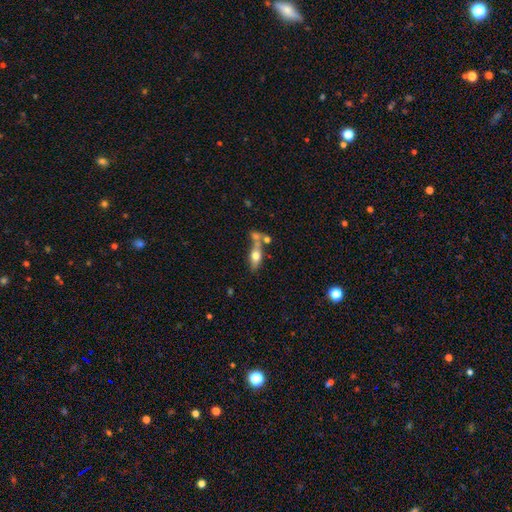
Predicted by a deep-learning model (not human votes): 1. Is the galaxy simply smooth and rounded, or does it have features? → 60% smooth, 32% featured or disk, 8% star or artifact.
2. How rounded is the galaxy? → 71% in between, 23% cigar-shaped, 6% round.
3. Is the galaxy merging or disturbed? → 42% none, 37% merger, 13% minor disturbance, 7% major disturbance.